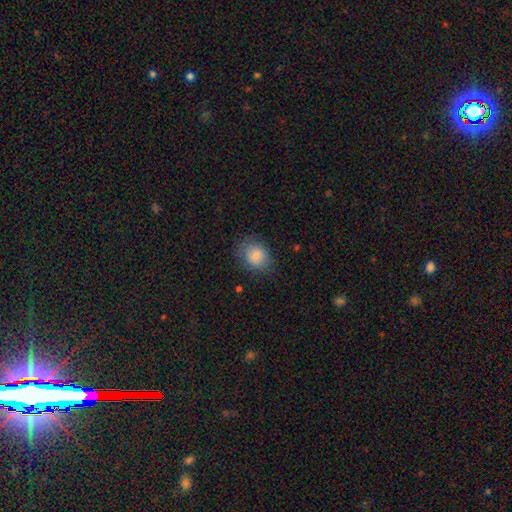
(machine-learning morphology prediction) A smooth galaxy with no disk features (82%) that is round (61%). Merging: none (73%).